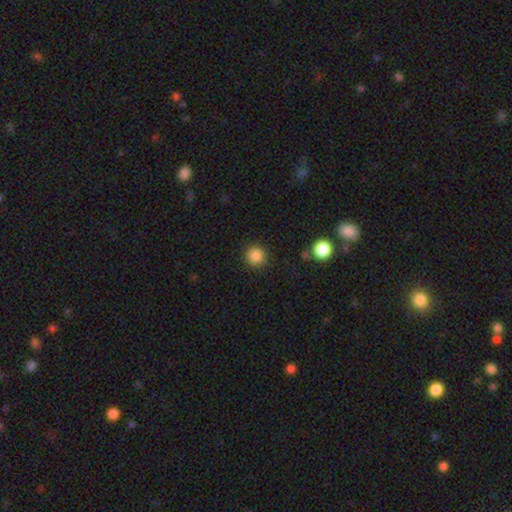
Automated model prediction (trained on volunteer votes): smooth 86%, star or artifact 10%, featured or disk 3%. Down the decision tree: how rounded — round (94%); merging — none (90%).